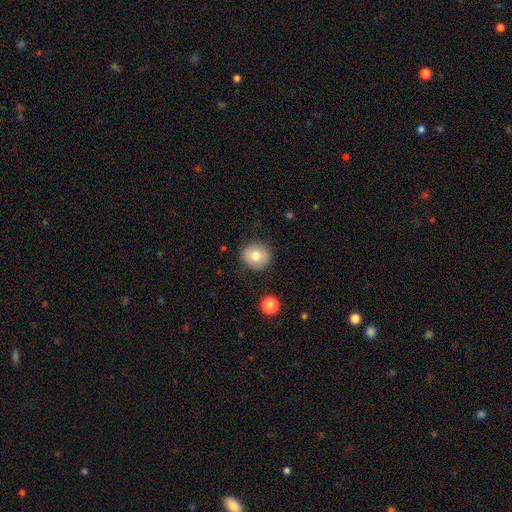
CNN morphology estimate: Smooth or featured? Predicted: smooth (p=0.75). How rounded? Predicted: round (p=0.89). Merging? Predicted: none (p=0.87).